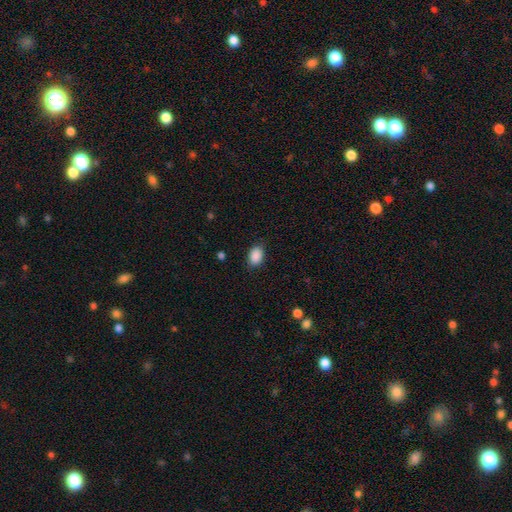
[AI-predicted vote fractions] The model was most divided on "how rounded": in between: 82%, round: 17%, cigar-shaped: 1%. More confident: smooth or featured — smooth (90%); merging — none (85%).